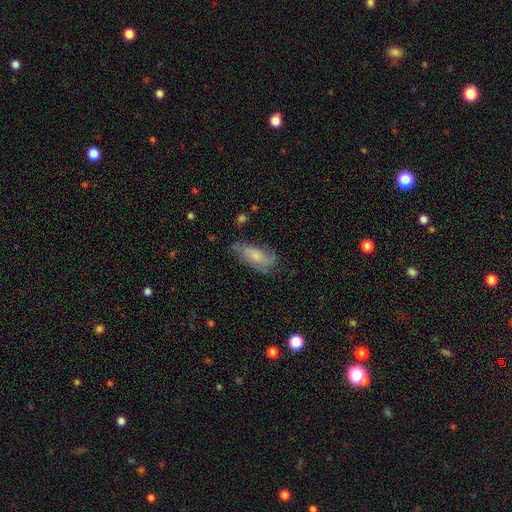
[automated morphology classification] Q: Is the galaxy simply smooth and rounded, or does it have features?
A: smooth — 50%.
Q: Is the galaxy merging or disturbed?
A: none — 55%.